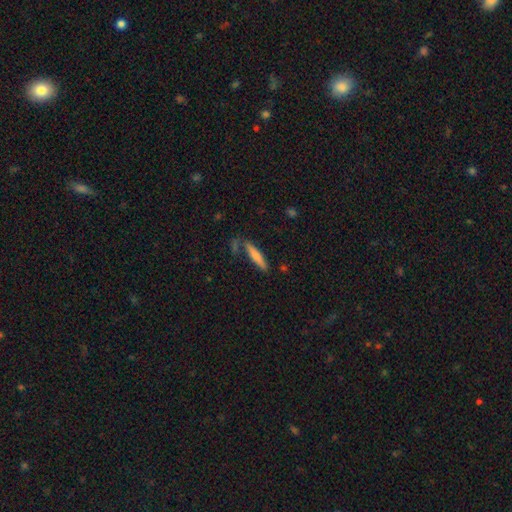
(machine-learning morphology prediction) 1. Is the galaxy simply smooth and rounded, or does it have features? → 72% smooth, 21% featured or disk, 7% star or artifact.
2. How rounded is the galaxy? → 88% cigar-shaped, 10% in between, 1% round.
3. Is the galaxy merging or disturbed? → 73% none, 15% minor disturbance, 7% merger, 5% major disturbance.